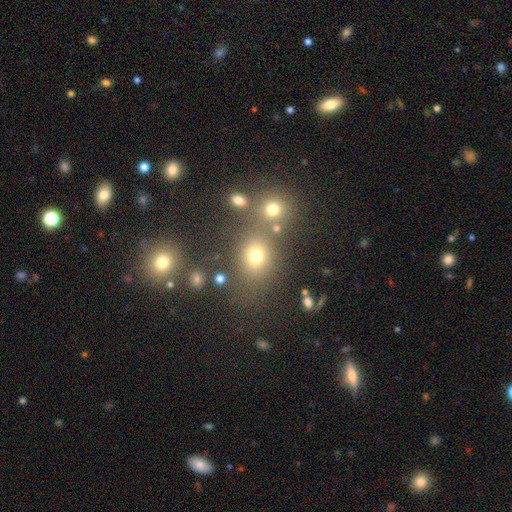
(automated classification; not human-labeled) This is likely a smooth galaxy (69%). How rounded: possibly round (59%). Merging: likely none (64%).